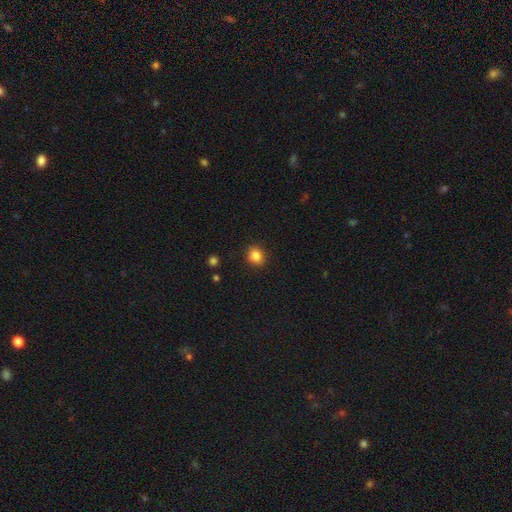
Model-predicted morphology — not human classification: smooth 85%, star or artifact 11%, featured or disk 4%. Down the decision tree: how rounded — round (62%); merging — none (88%).